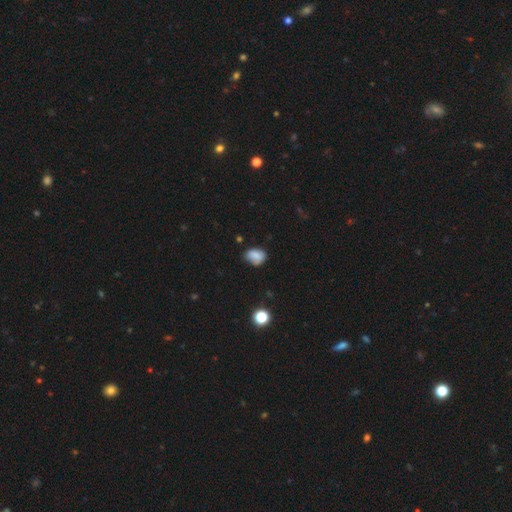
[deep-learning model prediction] Smooth or featured? Predicted: smooth (p=0.82). How rounded? Predicted: in between (p=0.70). Merging? Predicted: none (p=0.58).